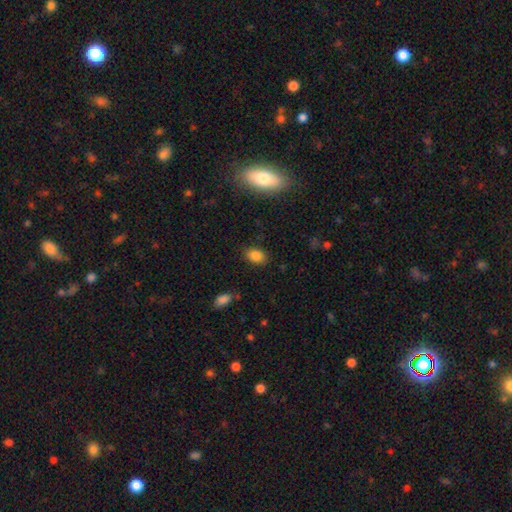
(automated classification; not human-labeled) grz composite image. It shows a smooth galaxy with no disk features (84%) that is in between round and cigar-shaped (83%). Merging: none (84%).